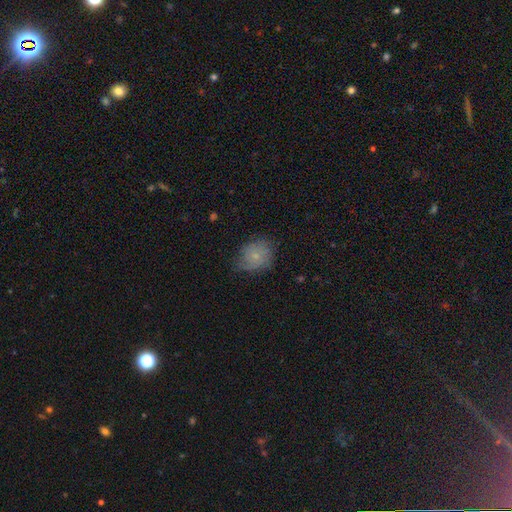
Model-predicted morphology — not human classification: Smooth or featured: smooth — 65% (featured or disk — 25%)
How rounded: round — 58% (in between — 41%)
Merging: none — 61% (minor disturbance — 29%)